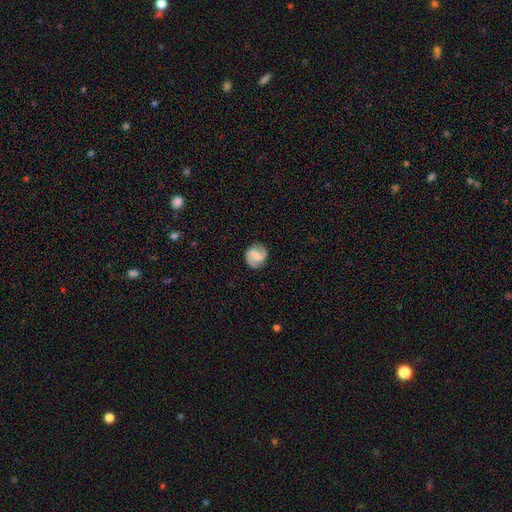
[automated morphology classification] The model was most divided on "bulge size": small: 41%, moderate: 28%, none: 27%, large: 4%, dominant: 1%. Remaining: edge-on disk — no (98%); spiral arms — yes (96%); spiral arm count — 2 (92%); merging — none (86%); smooth or featured — featured or disk (81%); spiral winding — medium (52%); bar — weak (48%).